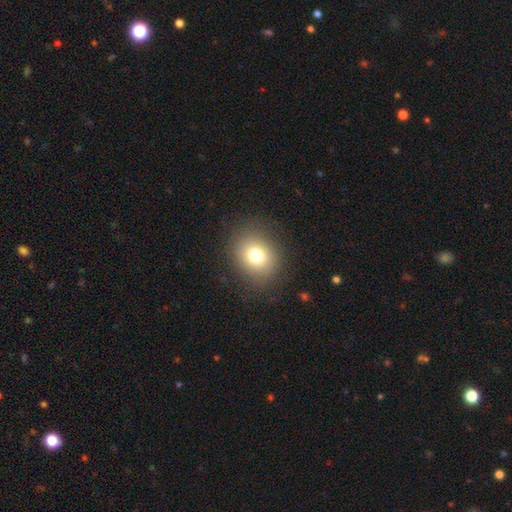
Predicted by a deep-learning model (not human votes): smooth 76%, star or artifact 13%, featured or disk 11%. Down the decision tree: how rounded — round (64%); merging — none (85%).